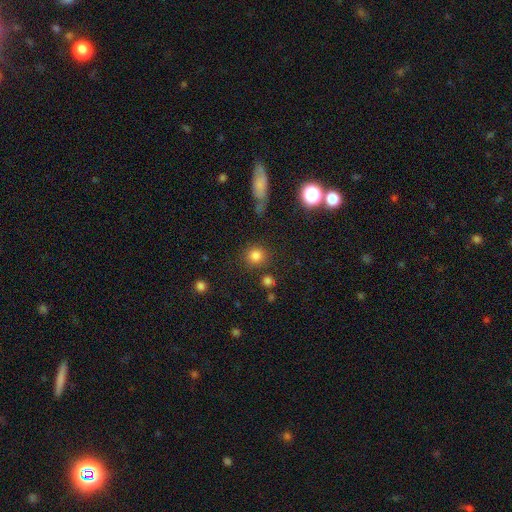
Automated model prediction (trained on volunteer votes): A smooth galaxy with no disk features (81%) that is round (90%).

Vote fractions:
- Smooth or featured? smooth: 81% / star or artifact: 14% / featured or disk: 5%
- How rounded? round: 90% / in between: 9% / cigar-shaped: 1%
- Merging? none: 84% / minor disturbance: 8% / merger: 4% / major disturbance: 4%